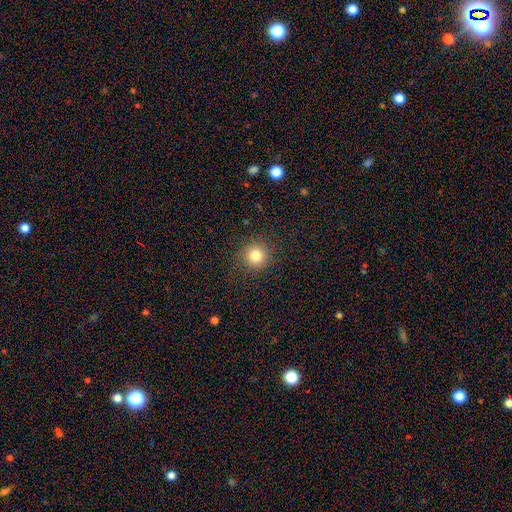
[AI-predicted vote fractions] smooth-or-featured: smooth: 81% | star or artifact: 13% | featured or disk: 6%
  how-rounded: round: 92% | in between: 7% | cigar-shaped: 1%
  merging: none: 87% | minor disturbance: 9% | major disturbance: 4% | merger: 1%